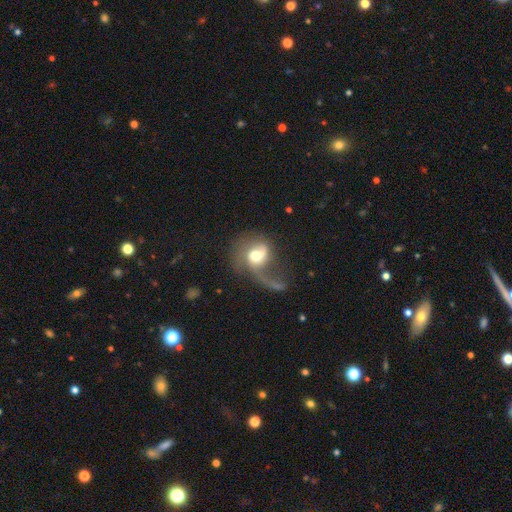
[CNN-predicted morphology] This appears to be a featured or disk galaxy (54%) with no bar (67%), spiral arms (75%) and a moderate central bulge (63%). Merging: major disturbance (56%).